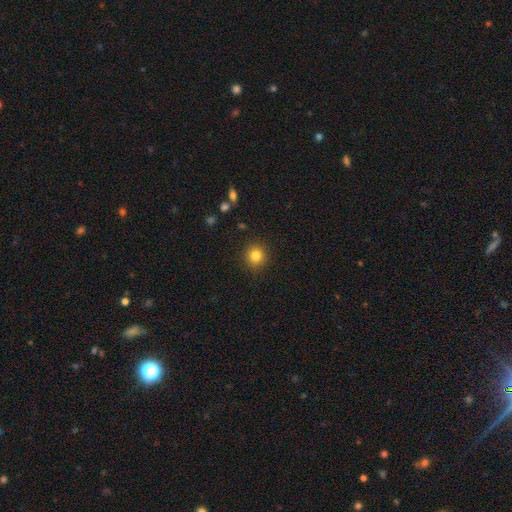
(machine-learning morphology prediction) smooth 82%, star or artifact 12%, featured or disk 6%. Down the decision tree: how rounded — round (92%); merging — none (91%).